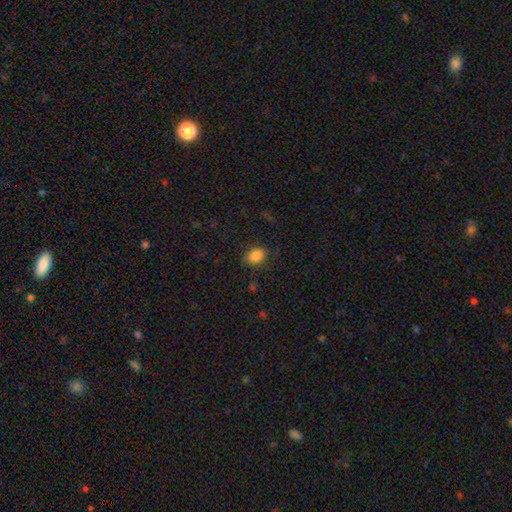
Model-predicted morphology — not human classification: smooth_or_featured: smooth (p=0.86) [alt: star or artifact p=0.10]
how_rounded: in between (p=0.72) [alt: round p=0.26]
merging: none (p=0.79) [alt: minor disturbance p=0.15]